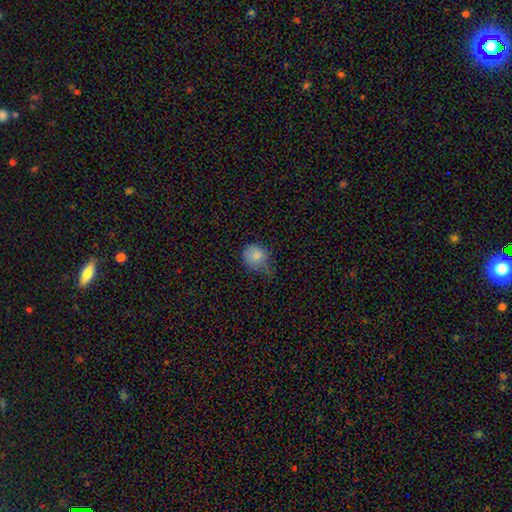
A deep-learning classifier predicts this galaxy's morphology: Smooth or featured? smooth (83%)
How rounded? round (69%)
Merging? minor disturbance (43%)